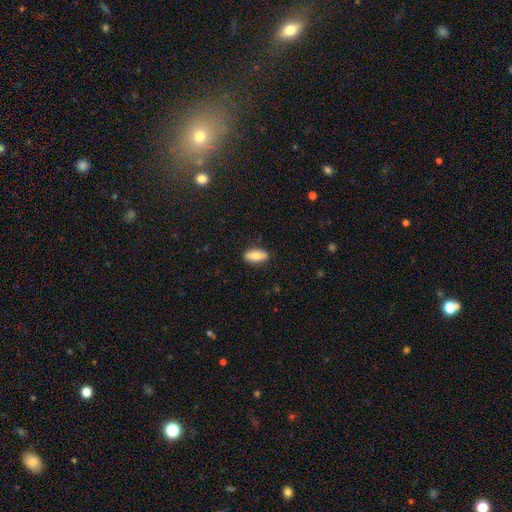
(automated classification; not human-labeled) Smooth or featured: smooth — 80% (featured or disk — 14%)
How rounded: in between — 84% (cigar-shaped — 13%)
Merging: none — 87% (minor disturbance — 10%)